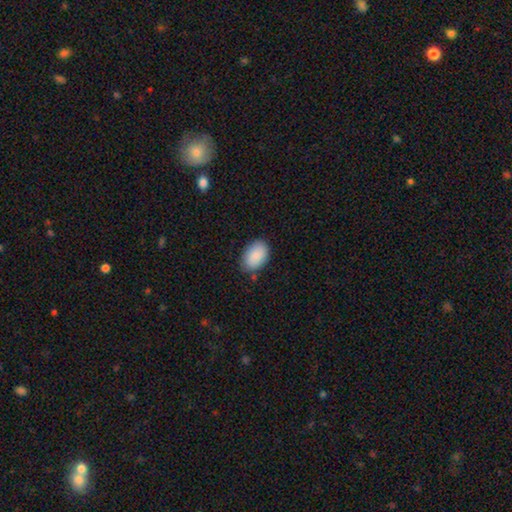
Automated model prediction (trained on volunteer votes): Smooth or featured? Predicted: smooth (p=0.89). How rounded? Predicted: in between (p=0.91). Merging? Predicted: none (p=0.80).